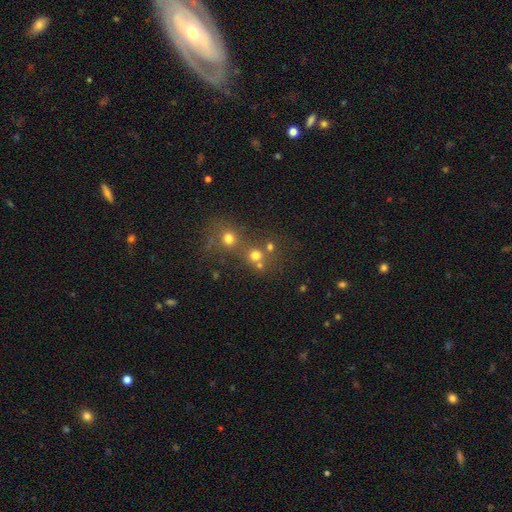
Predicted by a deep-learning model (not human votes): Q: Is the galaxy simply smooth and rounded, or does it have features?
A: smooth — 67%.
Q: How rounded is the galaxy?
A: round — 86%.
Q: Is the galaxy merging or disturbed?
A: none — 51%.